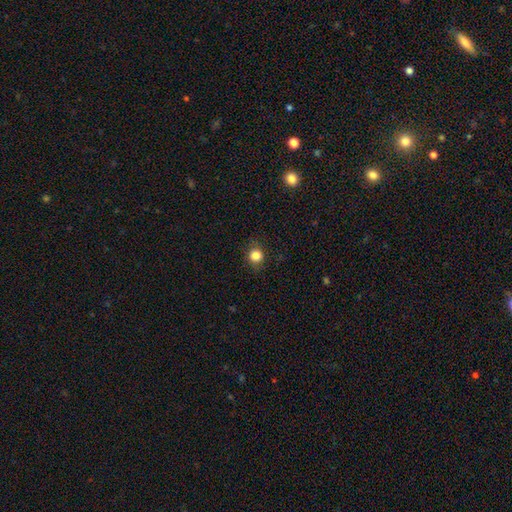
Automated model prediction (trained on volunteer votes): Smooth or featured? Predicted: smooth (p=0.83). How rounded? Predicted: round (p=0.85). Merging? Predicted: none (p=0.86).